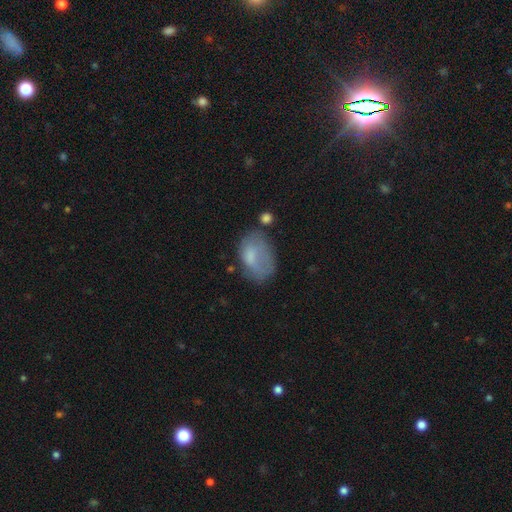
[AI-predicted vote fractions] Overall: smooth (56%; featured or disk 26%). How rounded: in between (88%). Merging: none (55%; minor disturbance 27%).